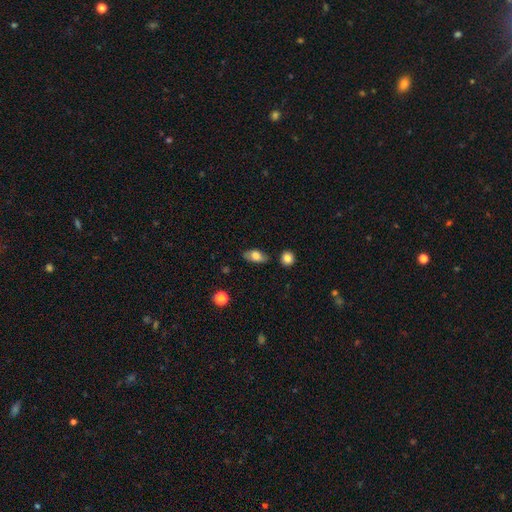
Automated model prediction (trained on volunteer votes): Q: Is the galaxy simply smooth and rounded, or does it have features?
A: smooth — 71%.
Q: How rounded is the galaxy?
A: in between — 88%.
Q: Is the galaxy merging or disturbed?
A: none — 78%.